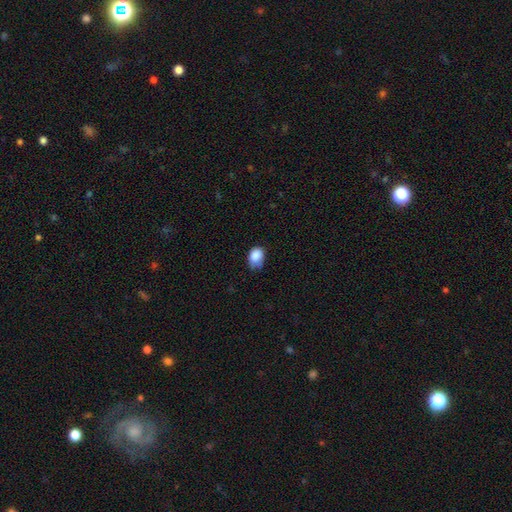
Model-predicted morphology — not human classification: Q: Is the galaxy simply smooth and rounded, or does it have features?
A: smooth — 86%.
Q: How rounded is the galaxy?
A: in between — 70%.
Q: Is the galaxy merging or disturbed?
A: none — 48%.